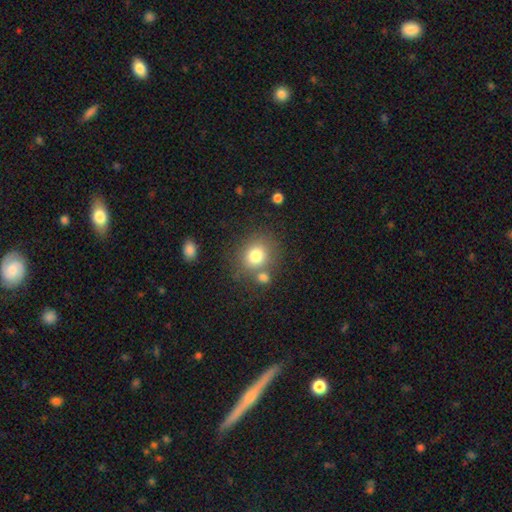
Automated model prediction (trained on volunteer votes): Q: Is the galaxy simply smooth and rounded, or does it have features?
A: smooth — 79%.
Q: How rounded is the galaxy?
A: round — 76%.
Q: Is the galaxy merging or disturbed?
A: none — 64%.